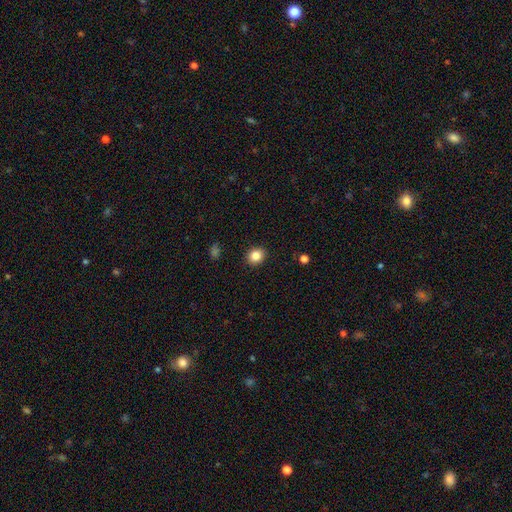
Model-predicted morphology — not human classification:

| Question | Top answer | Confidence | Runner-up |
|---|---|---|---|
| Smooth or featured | smooth | 84% | star or artifact (10%) |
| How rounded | round | 65% | in between (34%) |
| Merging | none | 90% | minor disturbance (7%) |